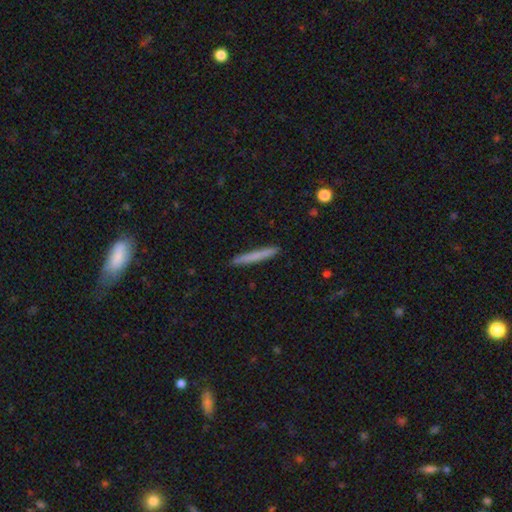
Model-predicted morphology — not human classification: Smooth or featured: smooth — 74% (featured or disk — 20%)
How rounded: cigar-shaped — 96% (in between — 2%)
Merging: none — 91% (minor disturbance — 7%)